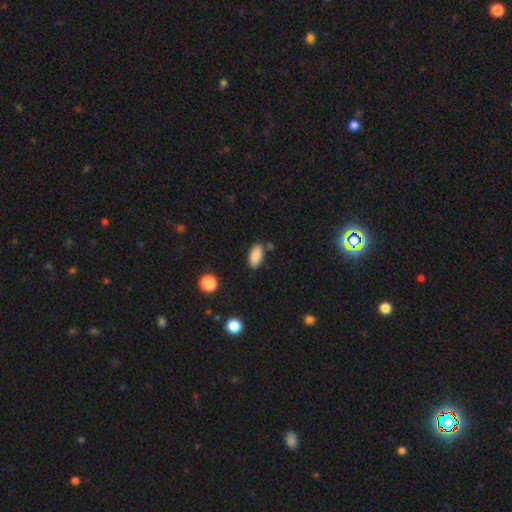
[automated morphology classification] Smooth or featured? Predicted: smooth (p=0.88). How rounded? Predicted: in between (p=0.90). Merging? Predicted: none (p=0.80).